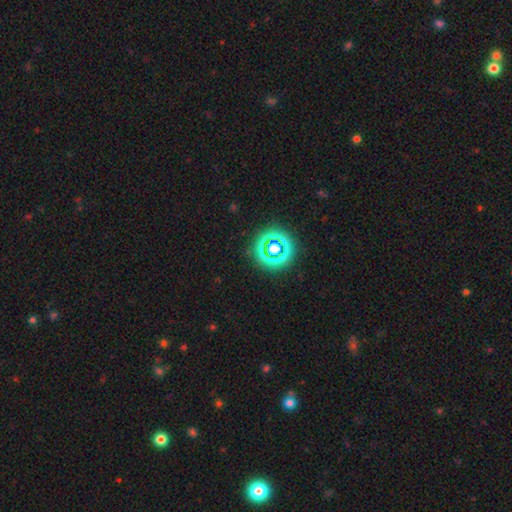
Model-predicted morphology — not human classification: The model was most divided on "smooth or featured": star or artifact: 58%, smooth: 36%, featured or disk: 5%.